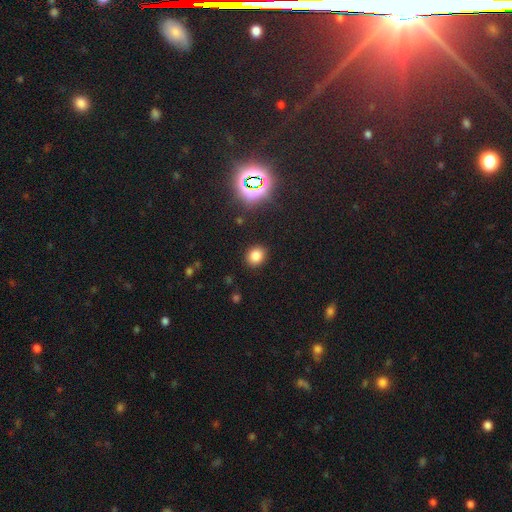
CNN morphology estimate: Smooth or featured: smooth — 80% (star or artifact — 16%)
How rounded: round — 64% (in between — 35%)
Merging: none — 89% (minor disturbance — 7%)